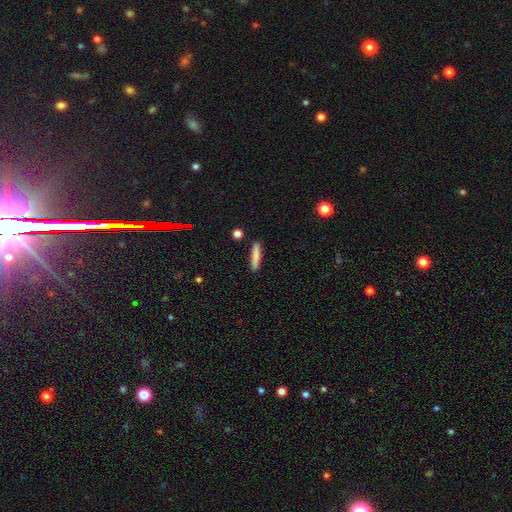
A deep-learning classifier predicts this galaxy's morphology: Overall: smooth (83%). How rounded: cigar-shaped (88%). Merging: none (88%).